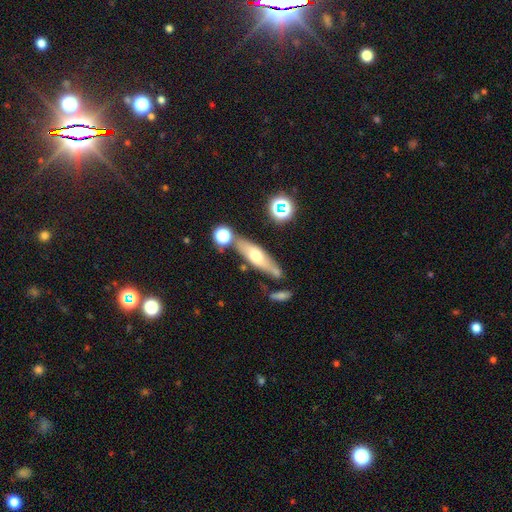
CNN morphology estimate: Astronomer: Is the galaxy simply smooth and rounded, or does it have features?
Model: smooth — 48% (runner-up: featured or disk, 43%).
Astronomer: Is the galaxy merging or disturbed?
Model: none — 69%.